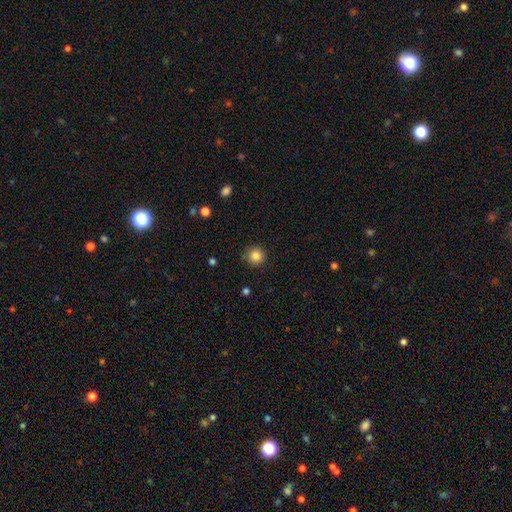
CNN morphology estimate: type=smooth (85%); roundness=round (94%); merging=none (87%).